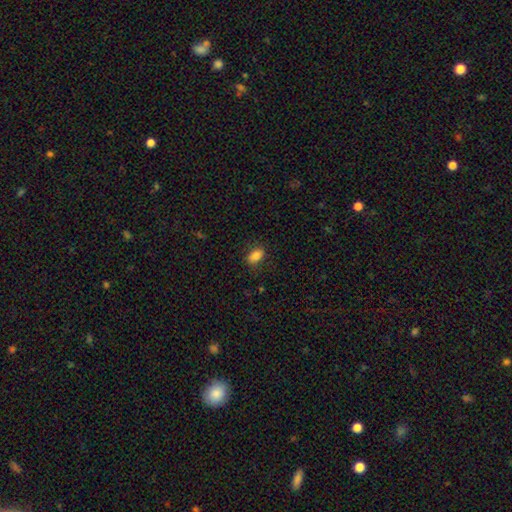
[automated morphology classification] The model was most divided on "merging": none: 82%, minor disturbance: 13%, major disturbance: 4%, merger: 1%. More confident: how rounded — in between (86%); smooth or featured — smooth (84%).